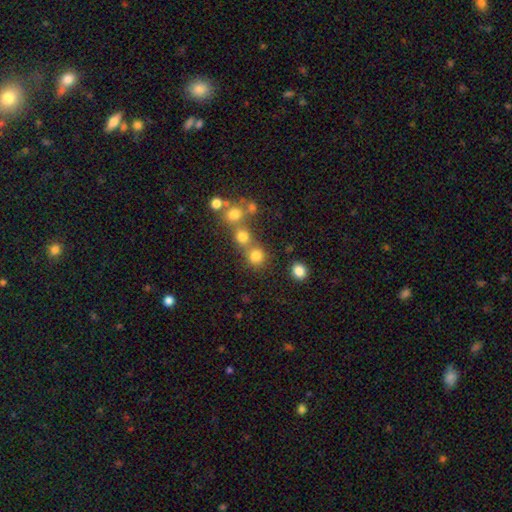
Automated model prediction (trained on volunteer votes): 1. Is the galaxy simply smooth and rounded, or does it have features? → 77% smooth, 15% star or artifact, 8% featured or disk.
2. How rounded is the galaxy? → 87% round, 12% in between, 1% cigar-shaped.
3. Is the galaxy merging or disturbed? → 59% none, 30% merger, 7% minor disturbance, 4% major disturbance.